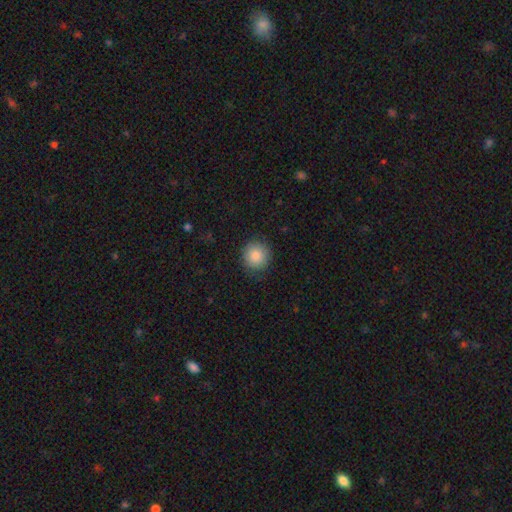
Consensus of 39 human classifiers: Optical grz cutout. It shows a smooth galaxy with no disk features (87%) that is round (79%). Merging: none (77%).